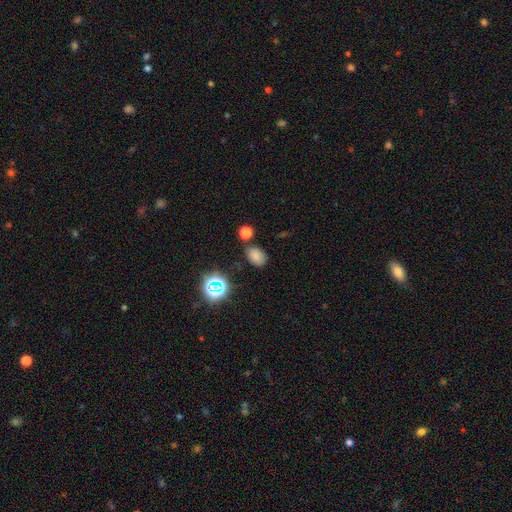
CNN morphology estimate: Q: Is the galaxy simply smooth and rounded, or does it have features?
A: smooth — 74%.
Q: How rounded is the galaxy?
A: in between — 76%.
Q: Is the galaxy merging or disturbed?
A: none — 75%.